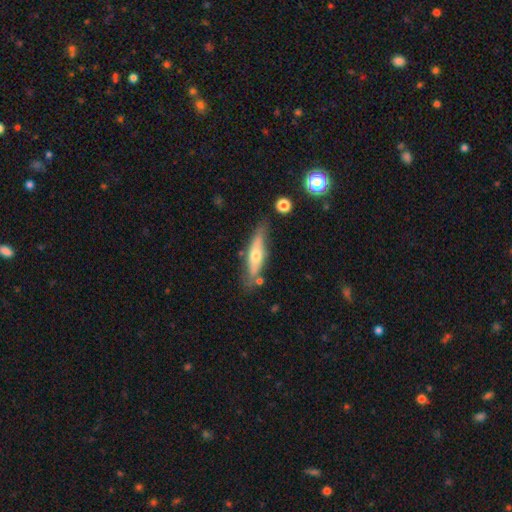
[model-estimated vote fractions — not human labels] smooth 48%, featured or disk 46%, star or artifact 6%. Down the decision tree: merging — none (71%).